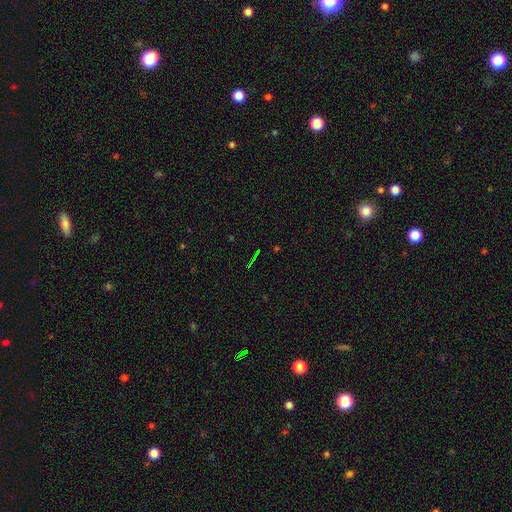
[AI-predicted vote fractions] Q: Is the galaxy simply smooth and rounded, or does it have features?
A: star or artifact — 73%.